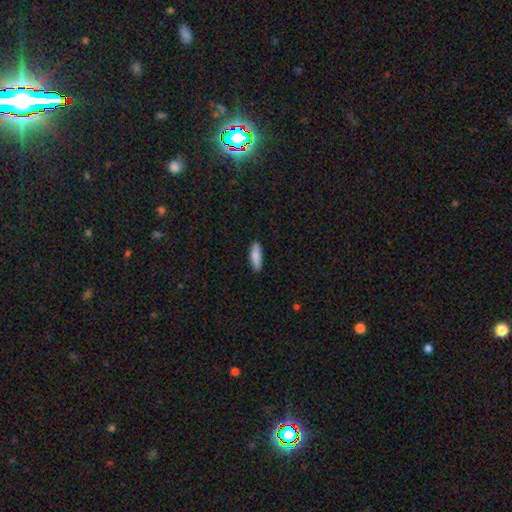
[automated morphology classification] Overall: smooth (84%). How rounded: in between (51%; cigar-shaped 48%). Merging: none (87%).